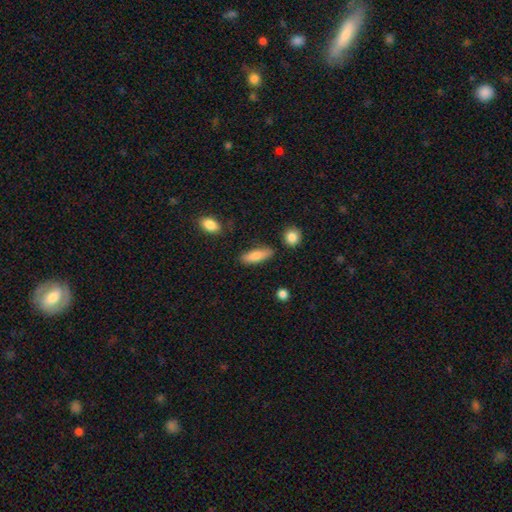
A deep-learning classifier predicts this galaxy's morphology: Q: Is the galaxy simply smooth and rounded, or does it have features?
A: smooth — 81%.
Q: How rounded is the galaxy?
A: in between — 59%.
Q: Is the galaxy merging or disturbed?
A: none — 81%.